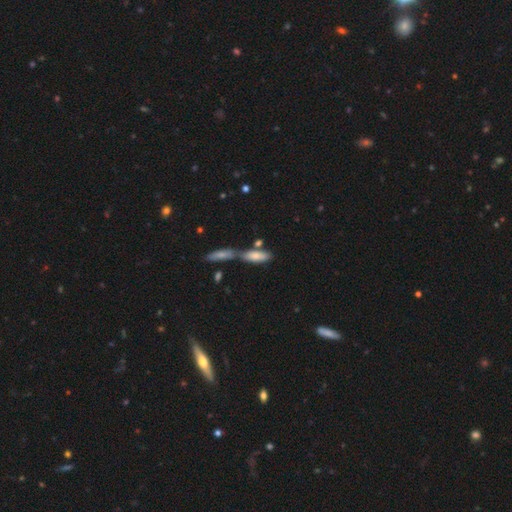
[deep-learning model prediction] smooth_or_featured: smooth (p=0.74) [alt: featured or disk p=0.19]
how_rounded: in between (p=0.53) [alt: cigar-shaped p=0.45]
merging: merger (p=0.47) [alt: none p=0.38]